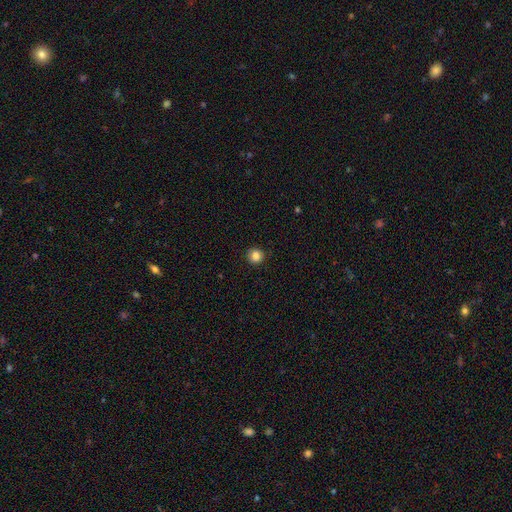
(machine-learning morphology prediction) Smooth or featured: smooth — 85% (star or artifact — 11%)
How rounded: round — 93% (in between — 6%)
Merging: none — 91% (minor disturbance — 6%)